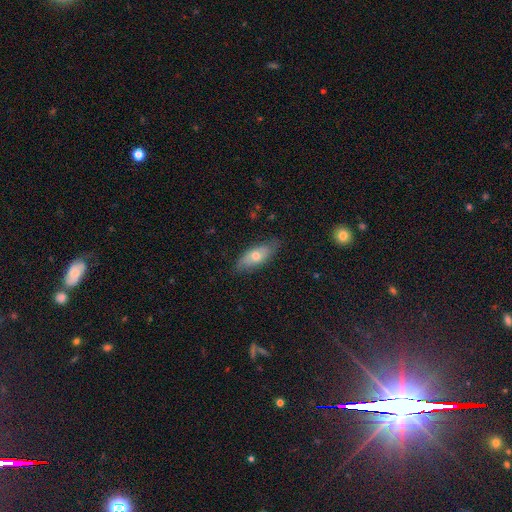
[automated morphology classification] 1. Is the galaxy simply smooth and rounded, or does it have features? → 62% smooth, 32% featured or disk, 6% star or artifact.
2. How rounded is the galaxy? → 77% in between, 20% cigar-shaped, 3% round.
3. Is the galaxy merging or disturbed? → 79% none, 17% minor disturbance, 3% major disturbance, 1% merger.